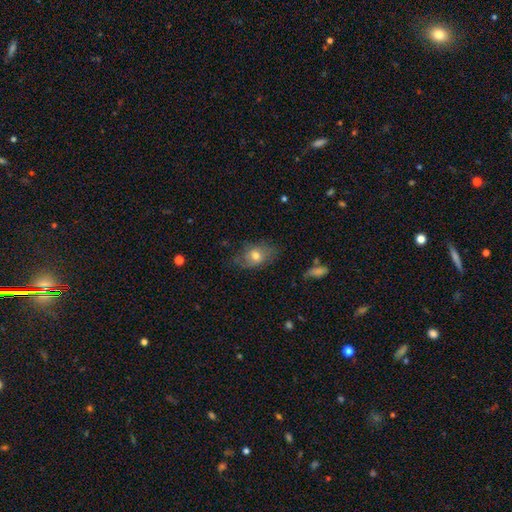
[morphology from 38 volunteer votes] Smooth or featured?
  - smooth: 58% *
  - featured or disk: 42%
  - star or artifact: 0%
How rounded?
  - in between: 77% *
  - round: 23%
  - cigar-shaped: 0%
Merging?
  - none: 58% *
  - minor disturbance: 24%
  - major disturbance: 16%
  - merger: 3%